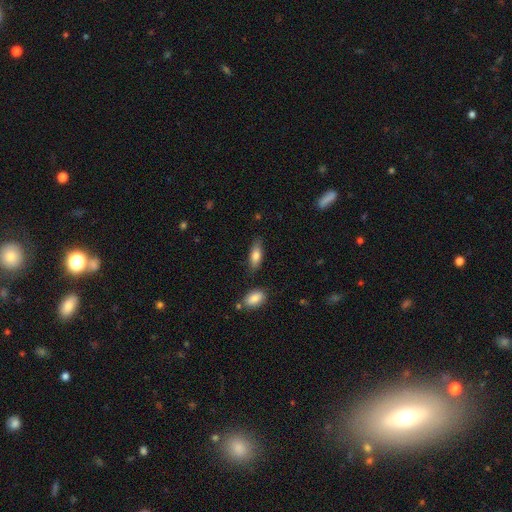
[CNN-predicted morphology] Overall: smooth (79%). How rounded: in between (73%). Merging: none (78%).